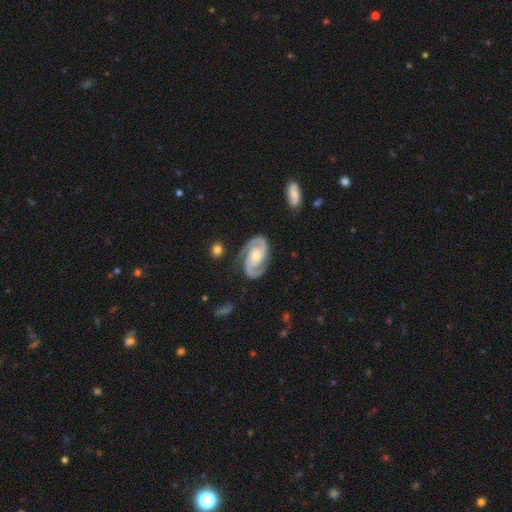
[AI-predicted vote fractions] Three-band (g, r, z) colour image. It shows a featured or disk galaxy (93%) with no bar (62%), 2 (94%) tight (52%) spiral arms (98%) and a moderate central bulge (55%). Merging: none (81%).